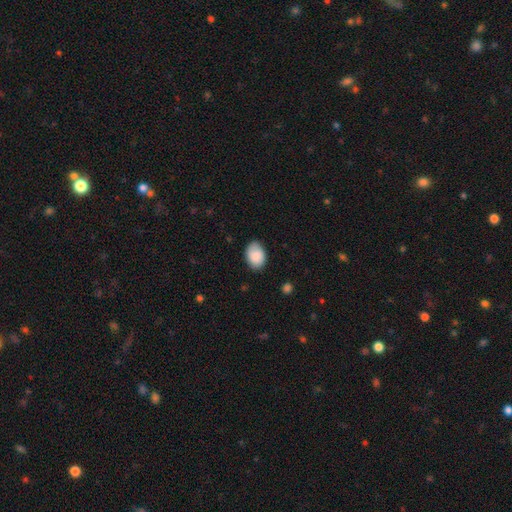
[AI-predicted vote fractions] Smooth or featured?
  - smooth: 88% *
  - star or artifact: 7%
  - featured or disk: 6%
How rounded?
  - in between: 78% *
  - round: 21%
  - cigar-shaped: 1%
Merging?
  - none: 75% *
  - minor disturbance: 20%
  - major disturbance: 4%
  - merger: 1%